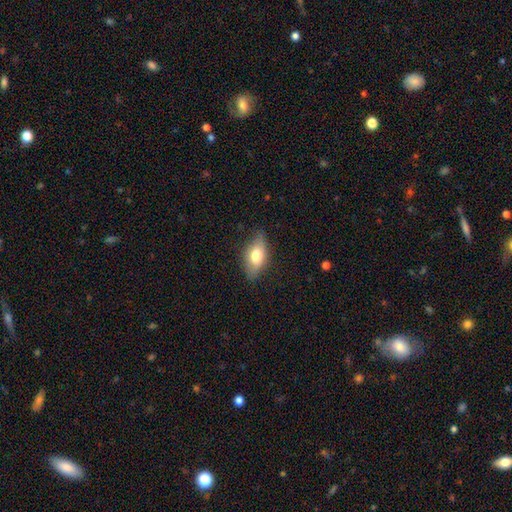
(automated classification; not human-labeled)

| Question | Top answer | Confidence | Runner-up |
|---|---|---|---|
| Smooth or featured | smooth | 69% | featured or disk (24%) |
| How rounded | in between | 86% | round (7%) |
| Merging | none | 77% | minor disturbance (19%) |